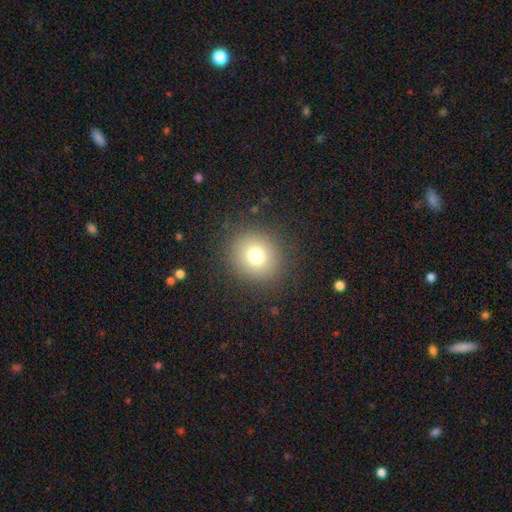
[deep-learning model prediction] Morphology: type=smooth (75%); roundness=round (87%); merging=none (88%).